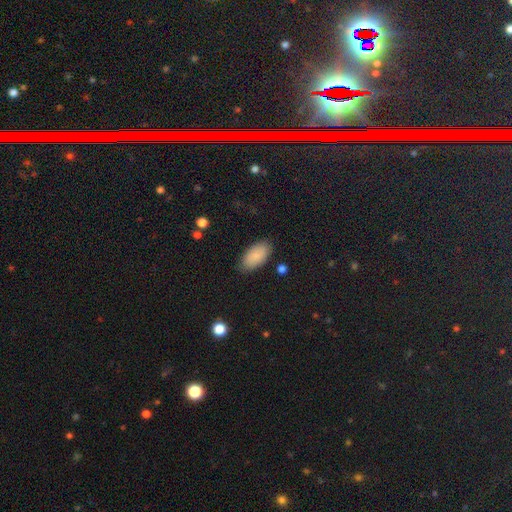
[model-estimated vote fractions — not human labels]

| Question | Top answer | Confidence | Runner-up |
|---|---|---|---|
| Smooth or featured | smooth | 86% | featured or disk (8%) |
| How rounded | in between | 94% | cigar-shaped (4%) |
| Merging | none | 85% | minor disturbance (11%) |